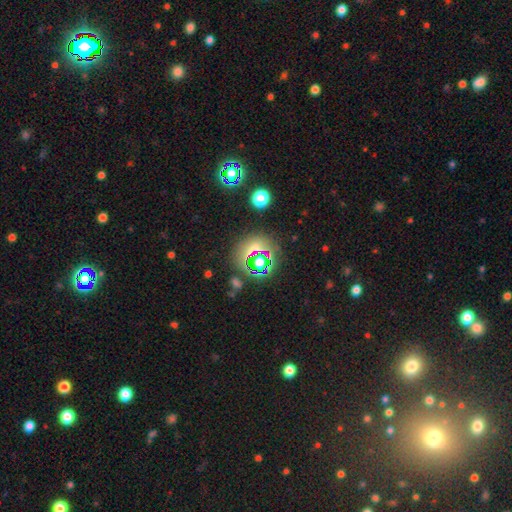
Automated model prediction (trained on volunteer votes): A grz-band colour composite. It shows a star or artifact, not a galaxy (50%).